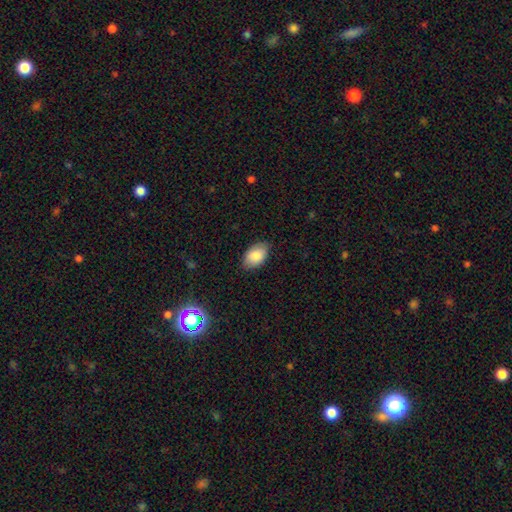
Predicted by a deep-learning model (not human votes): Q: Smooth or featured?
A: smooth (86%); runner-up: featured or disk (7%)
Q: How rounded?
A: in between (93%); runner-up: round (6%)
Q: Merging?
A: none (83%); runner-up: minor disturbance (13%)